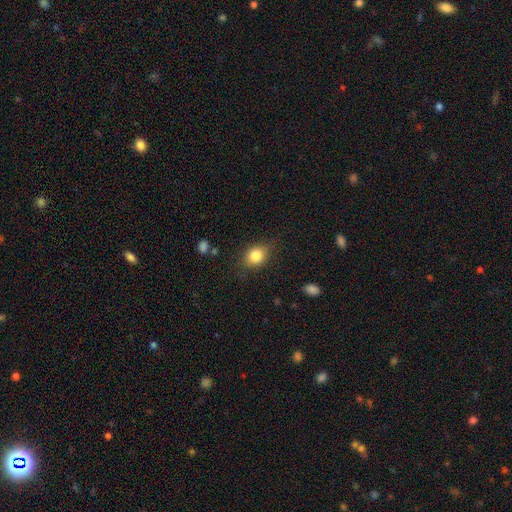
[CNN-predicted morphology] Overall: smooth (82%). How rounded: in between (56%; round 43%). Merging: none (79%).